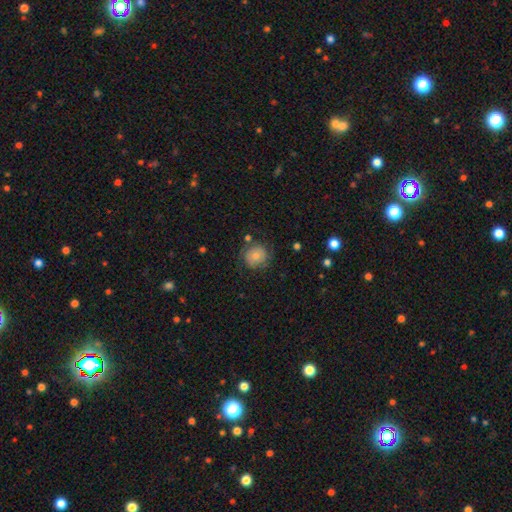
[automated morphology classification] Smooth or featured? smooth (63%)
How rounded? round (90%)
Merging? none (71%)